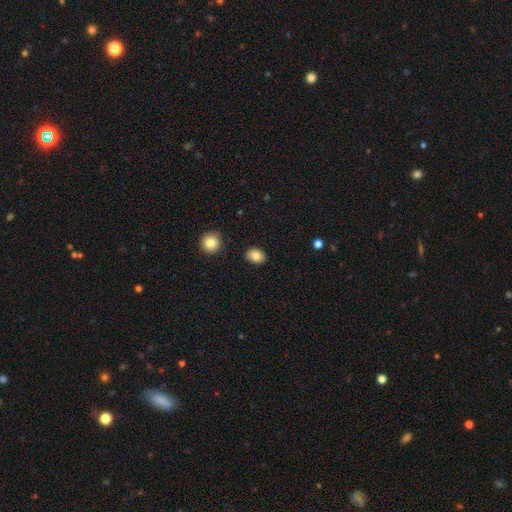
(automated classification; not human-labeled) This is clearly a smooth galaxy (84%). How rounded: possibly in between (59%). Merging: clearly none (87%).